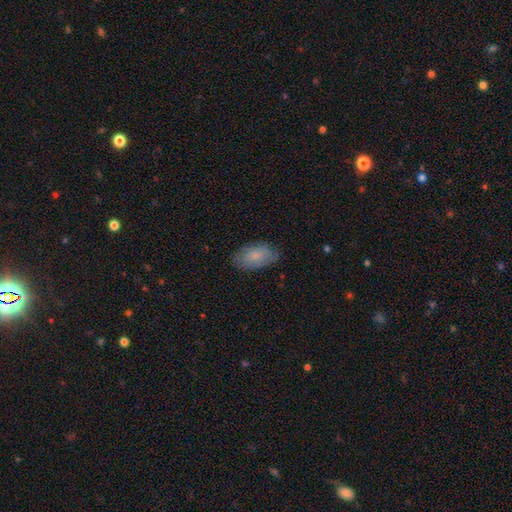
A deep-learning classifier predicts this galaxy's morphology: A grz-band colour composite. It shows a smooth galaxy with no disk features (76%) that is in between round and cigar-shaped (94%). Merging: none (77%).